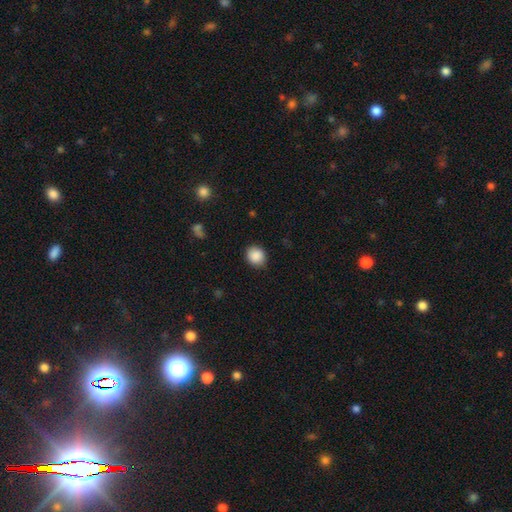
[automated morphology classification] Smooth or featured? Predicted: smooth (p=0.88). How rounded? Predicted: round (p=0.74). Merging? Predicted: none (p=0.84).